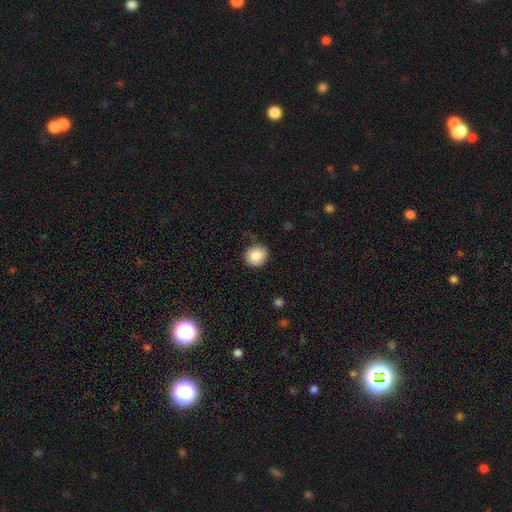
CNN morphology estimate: Smooth or featured? smooth (85%)
How rounded? round (86%)
Merging? none (83%)